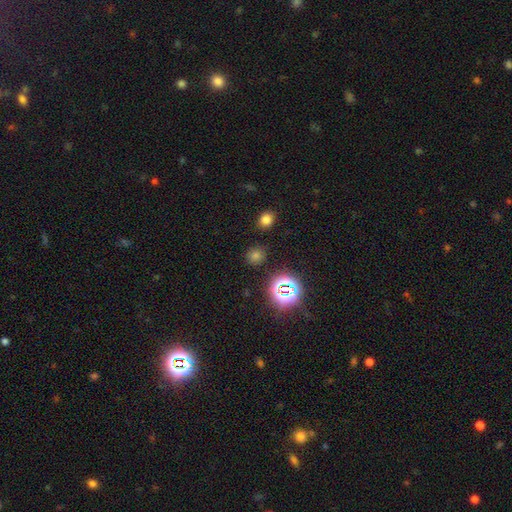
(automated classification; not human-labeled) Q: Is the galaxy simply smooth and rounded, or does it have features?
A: smooth — 56%.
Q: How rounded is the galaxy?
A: round — 80%.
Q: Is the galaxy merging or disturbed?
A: none — 86%.